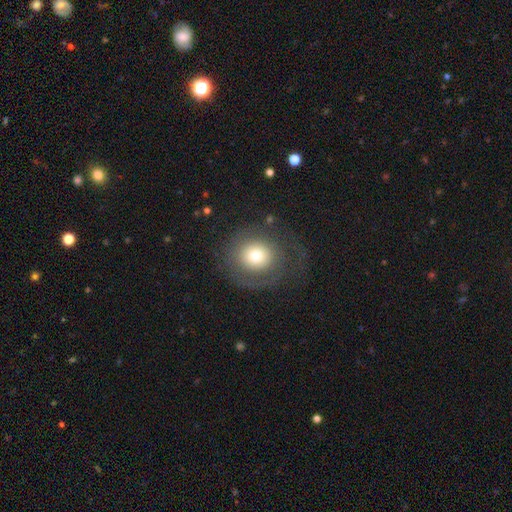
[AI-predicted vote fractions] A smooth galaxy with no disk features (61%) that is round (83%). Merging: none (64%).